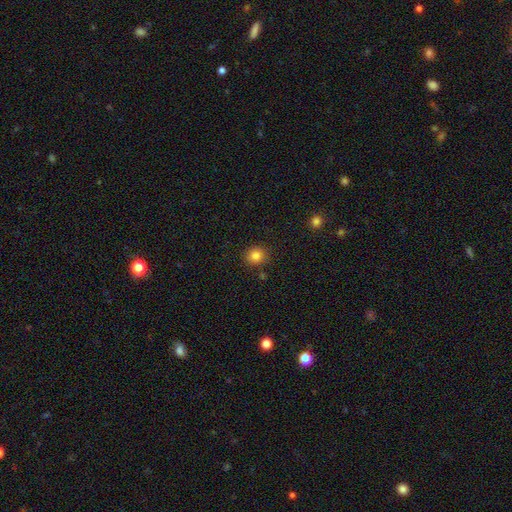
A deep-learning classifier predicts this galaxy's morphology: A smooth galaxy with no disk features (84%) that is round (86%).

Vote fractions:
- Smooth or featured? smooth: 84% / star or artifact: 12% / featured or disk: 5%
- How rounded? round: 86% / in between: 13% / cigar-shaped: 1%
- Merging? none: 86% / minor disturbance: 9% / merger: 3% / major disturbance: 2%